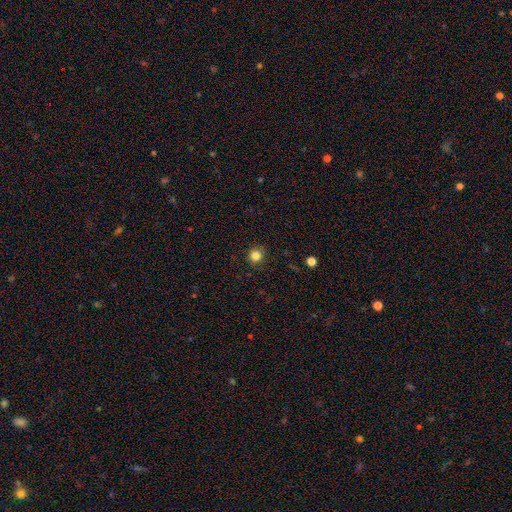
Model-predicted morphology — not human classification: Q: Smooth or featured?
A: smooth (83%); runner-up: star or artifact (12%)
Q: How rounded?
A: round (92%); runner-up: in between (7%)
Q: Merging?
A: none (89%); runner-up: minor disturbance (7%)